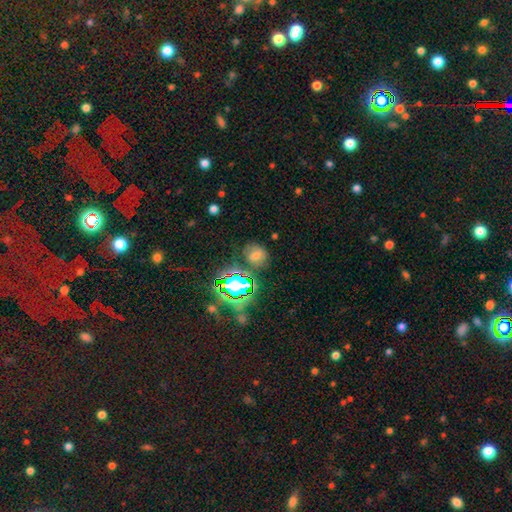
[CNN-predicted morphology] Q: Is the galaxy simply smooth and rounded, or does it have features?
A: smooth — 45%.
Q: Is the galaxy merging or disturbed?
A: none — 71%.